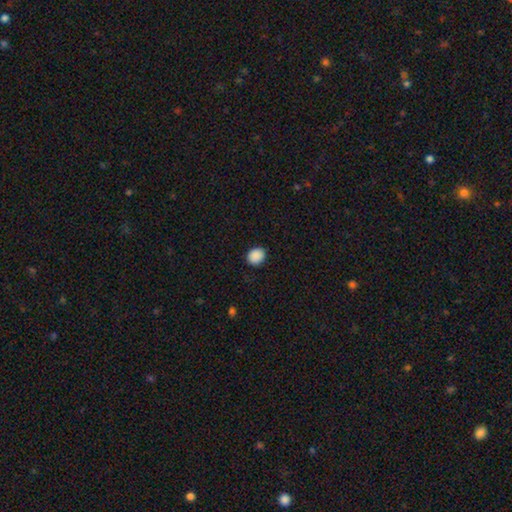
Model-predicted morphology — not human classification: Q: Smooth or featured?
A: smooth (89%); runner-up: star or artifact (8%)
Q: How rounded?
A: round (64%); runner-up: in between (35%)
Q: Merging?
A: none (89%); runner-up: minor disturbance (8%)